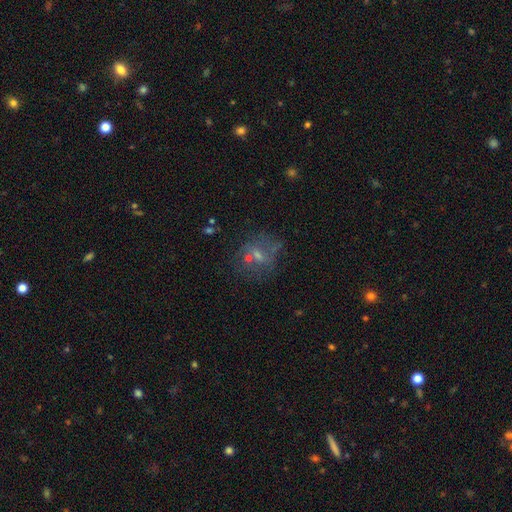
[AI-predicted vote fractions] Smooth or featured? Predicted: featured or disk (p=0.39). Merging? Predicted: none (p=0.56).